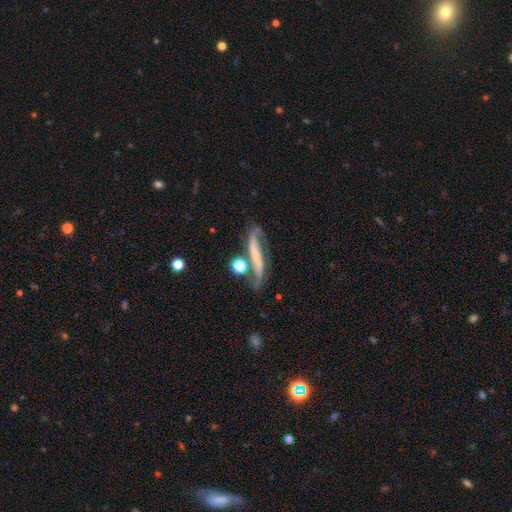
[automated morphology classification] Smooth or featured? featured or disk (72%)
Edge-on disk? no (70%)
Bar? strong (44%)
Spiral arms? yes (89%)
Bulge size? small (40%)
Merging? none (50%)